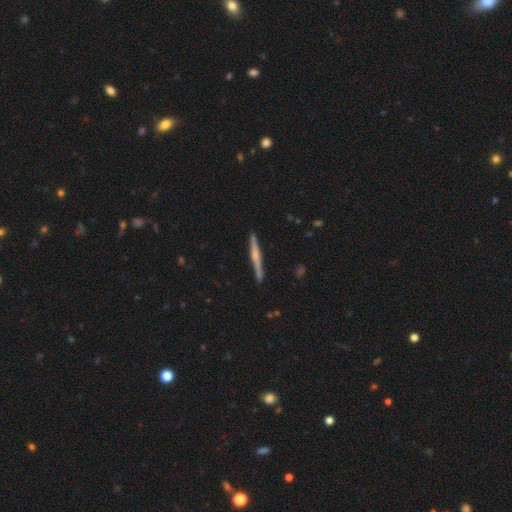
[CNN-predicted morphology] smooth_or_featured: featured or disk (p=0.61) [alt: smooth p=0.33]
disk_edge_on: yes (p=0.98) [alt: no p=0.02]
edge_on_bulge: rounded (p=0.51) [alt: none p=0.32]
merging: none (p=0.90) [alt: minor disturbance p=0.07]